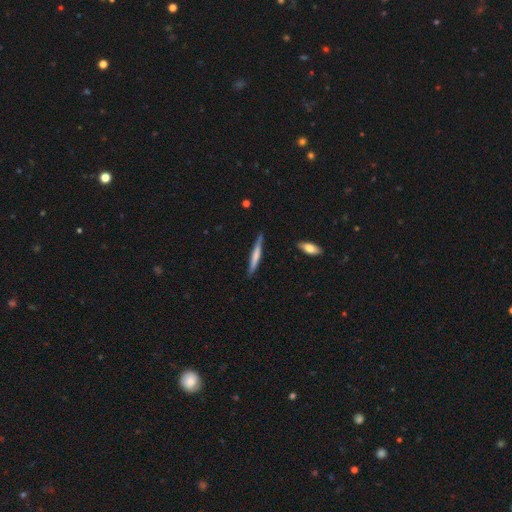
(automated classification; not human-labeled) A smooth galaxy with no disk features (60%) that is cigar-shaped (95%).

Vote fractions:
- Smooth or featured? smooth: 60% / featured or disk: 35% / star or artifact: 5%
- How rounded? cigar-shaped: 95% / in between: 4% / round: 1%
- Merging? none: 83% / minor disturbance: 14% / major disturbance: 2% / merger: 2%